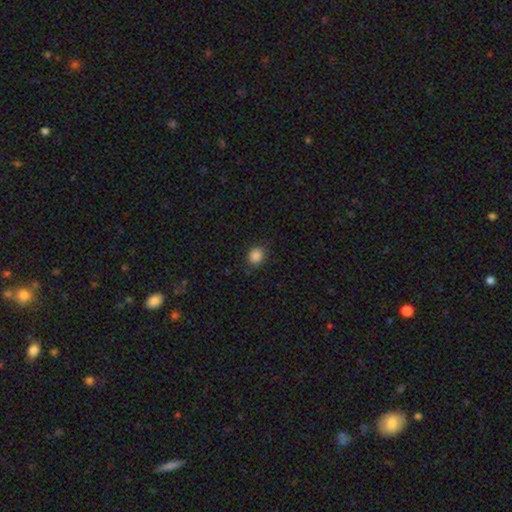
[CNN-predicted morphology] smooth 87%, star or artifact 10%, featured or disk 3%. Down the decision tree: how rounded — round (65%); merging — none (83%).